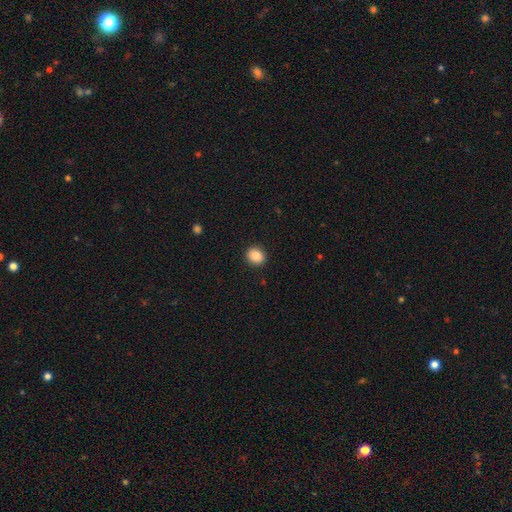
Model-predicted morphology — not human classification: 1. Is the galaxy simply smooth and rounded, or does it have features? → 87% smooth, 9% star or artifact, 4% featured or disk.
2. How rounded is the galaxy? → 71% round, 28% in between, 1% cigar-shaped.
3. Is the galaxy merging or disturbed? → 91% none, 6% minor disturbance, 2% major disturbance, 1% merger.